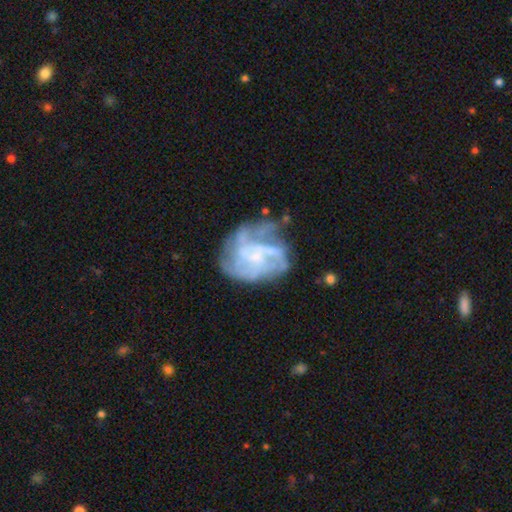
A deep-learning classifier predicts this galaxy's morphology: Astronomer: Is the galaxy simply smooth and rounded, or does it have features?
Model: featured or disk — 76%.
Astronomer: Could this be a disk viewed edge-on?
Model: no — 98%.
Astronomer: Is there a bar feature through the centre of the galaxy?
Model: no — 65%.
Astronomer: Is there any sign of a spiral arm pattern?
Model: yes — 73%.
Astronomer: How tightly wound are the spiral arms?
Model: medium — 40% (runner-up: tight, 38%).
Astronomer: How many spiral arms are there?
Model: can't tell — 38% (runner-up: 4, 20%).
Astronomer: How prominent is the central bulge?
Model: small — 48% (runner-up: none, 28%).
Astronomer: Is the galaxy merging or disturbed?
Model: none — 47% (runner-up: major disturbance, 25%).